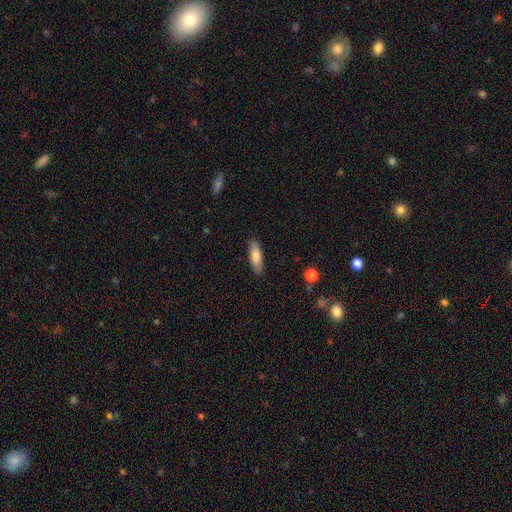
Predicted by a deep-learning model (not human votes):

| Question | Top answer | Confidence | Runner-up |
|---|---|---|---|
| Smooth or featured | smooth | 80% | featured or disk (14%) |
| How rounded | in between | 50% | cigar-shaped (48%) |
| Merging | none | 88% | minor disturbance (9%) |